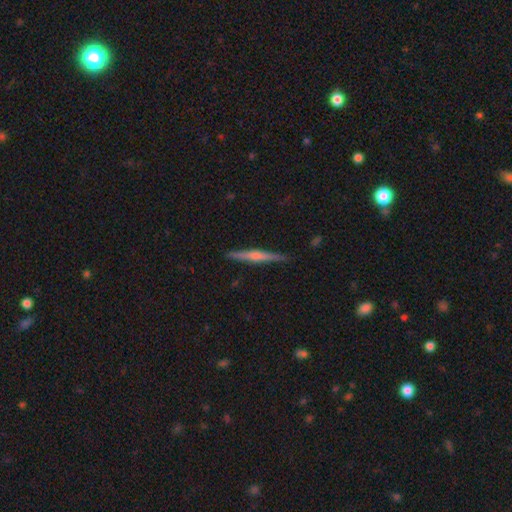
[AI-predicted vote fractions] The model was most divided on "smooth or featured": featured or disk: 72%, smooth: 21%, star or artifact: 7%. More confident: edge-on disk — yes (98%); merging — none (90%); edge-on bulge — rounded (74%).